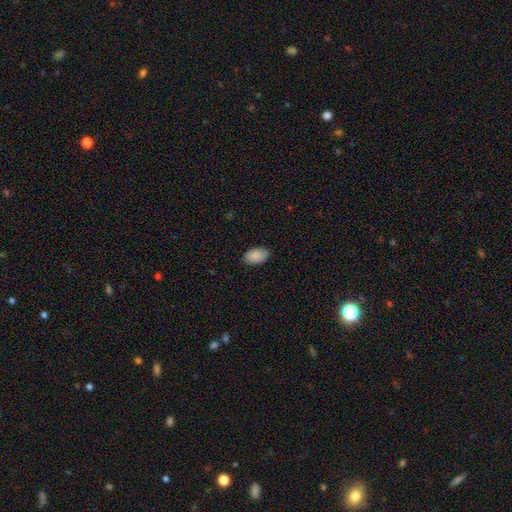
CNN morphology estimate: type=smooth (88%); roundness=in between (92%); merging=none (85%).